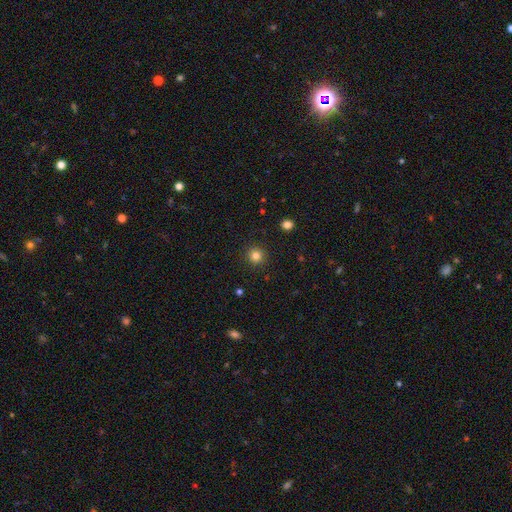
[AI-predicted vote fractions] This appears to be a smooth galaxy with no disk features (83%) that is round (94%). Merging: none (92%).